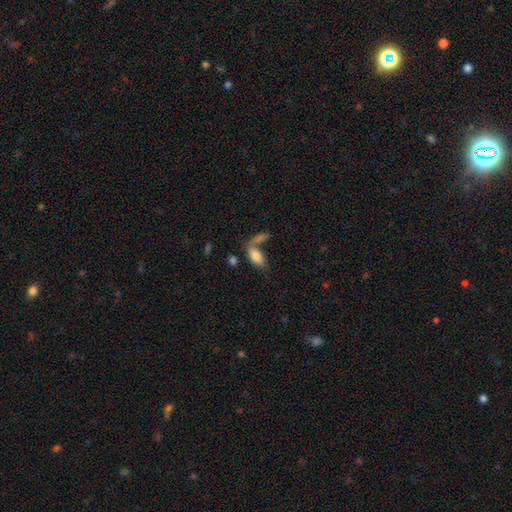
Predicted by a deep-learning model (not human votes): This is clearly a smooth galaxy (80%). How rounded: clearly in between (87%). Merging: marginally merger (43%).